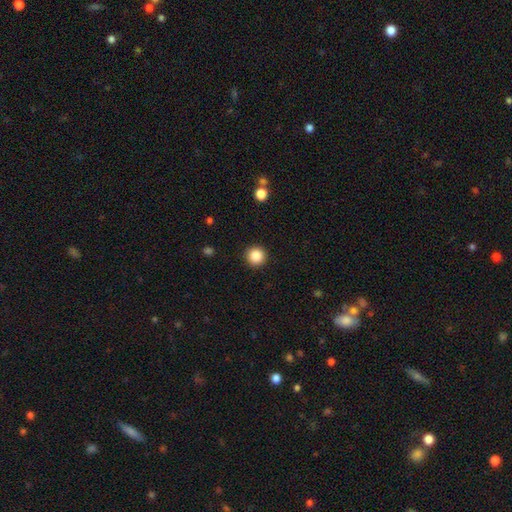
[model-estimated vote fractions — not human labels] This appears to be a smooth galaxy with no disk features (87%) that is round (96%). Merging: none (92%).